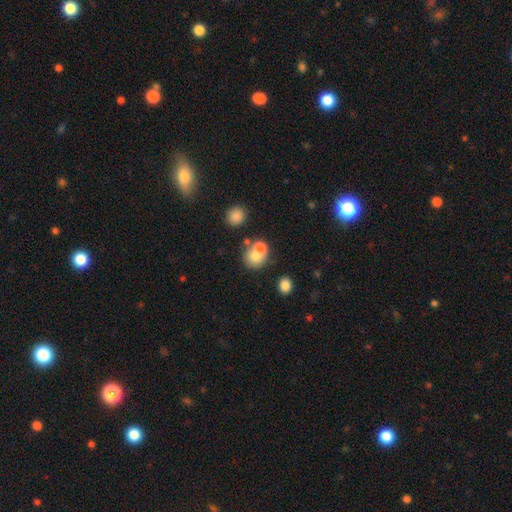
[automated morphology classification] A smooth galaxy with no disk features (69%) that is round (80%). Merging: merger (46%).